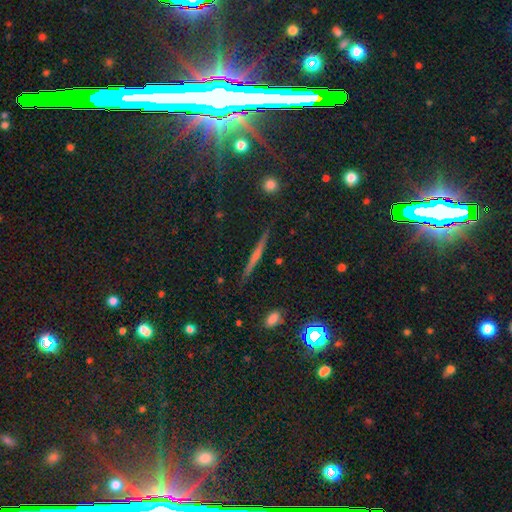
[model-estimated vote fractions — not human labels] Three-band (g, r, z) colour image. It shows a featured or disk galaxy (58%) viewed edge-on (97%) with no central bulge (57%). Merging: none (91%).